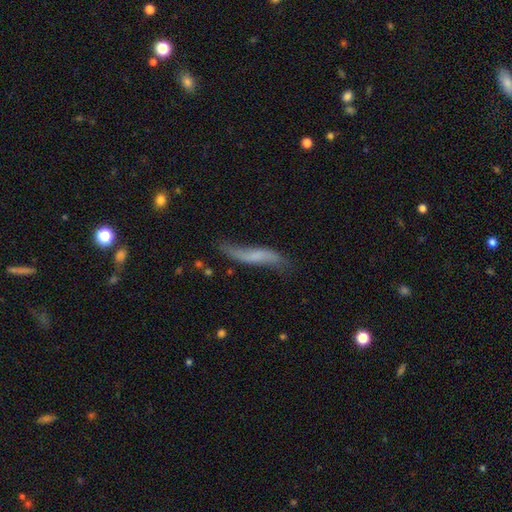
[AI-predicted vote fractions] Morphology: type=featured or disk (52%); edge-on=no (60%); merging=none (56%).